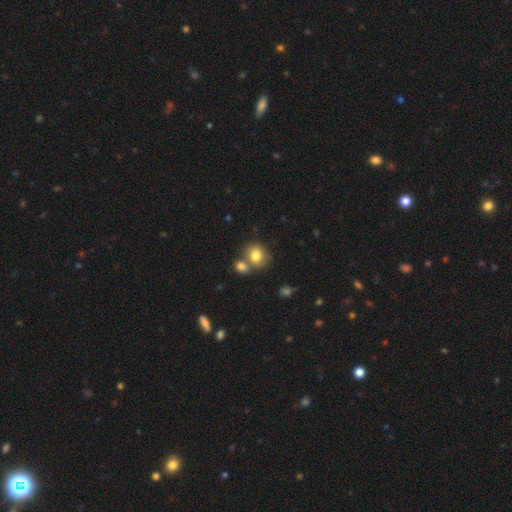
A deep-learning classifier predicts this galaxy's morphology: smooth_or_featured: smooth (p=0.80) [alt: featured or disk p=0.10]
how_rounded: round (p=0.68) [alt: in between p=0.31]
merging: none (p=0.50) [alt: merger p=0.36]